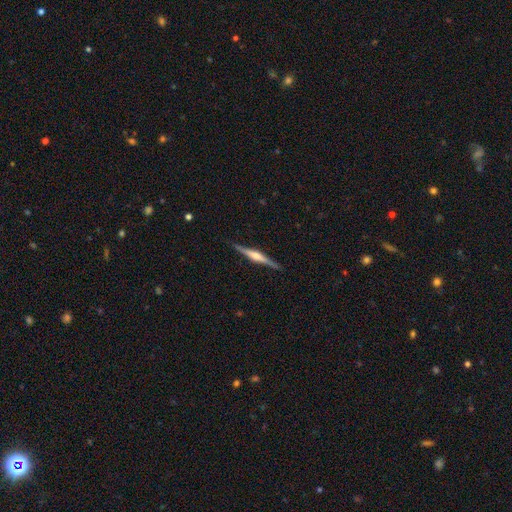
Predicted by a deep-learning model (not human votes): Smooth or featured?
  - featured or disk: 79% *
  - smooth: 16%
  - star or artifact: 5%
Edge-on disk?
  - yes: 98% *
  - no: 2%
Edge-on bulge?
  - rounded: 76% *
  - boxy: 17%
  - none: 7%
Merging?
  - none: 90% *
  - minor disturbance: 8%
  - major disturbance: 2%
  - merger: 1%